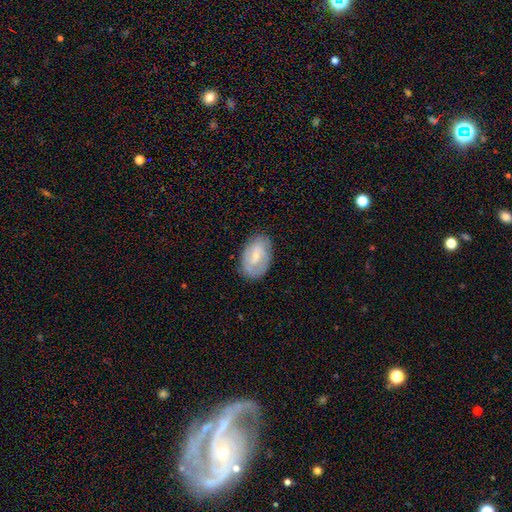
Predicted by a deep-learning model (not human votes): A smooth galaxy with no disk features (47%, tied with featured or disk).

Vote fractions:
- Smooth or featured? smooth: 47% (tied) / featured or disk: 47% (tied) / star or artifact: 7%
- Merging? none: 77% / minor disturbance: 17% / major disturbance: 5% / merger: 1%